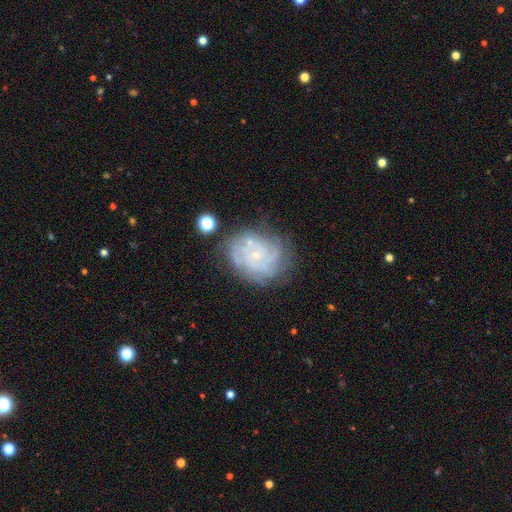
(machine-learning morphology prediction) This appears to be a featured or disk galaxy (79%) with no bar (79%), tight (69%) spiral arms (93%) and a small central bulge (82%). Merging: none (67%).